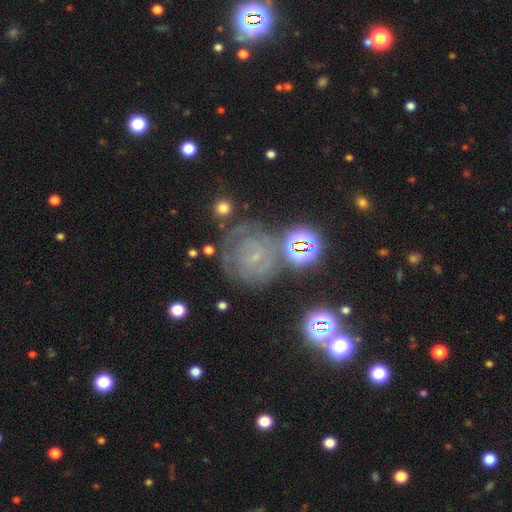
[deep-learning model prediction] Q: Smooth or featured?
A: featured or disk (57%); runner-up: star or artifact (27%)
Q: Edge-on disk?
A: no (97%); runner-up: yes (3%)
Q: Bar?
A: no (64%); runner-up: weak (27%)
Q: Spiral arms?
A: yes (90%); runner-up: no (10%)
Q: Bulge size?
A: small (80%); runner-up: moderate (11%)
Q: Merging?
A: none (71%); runner-up: minor disturbance (15%)